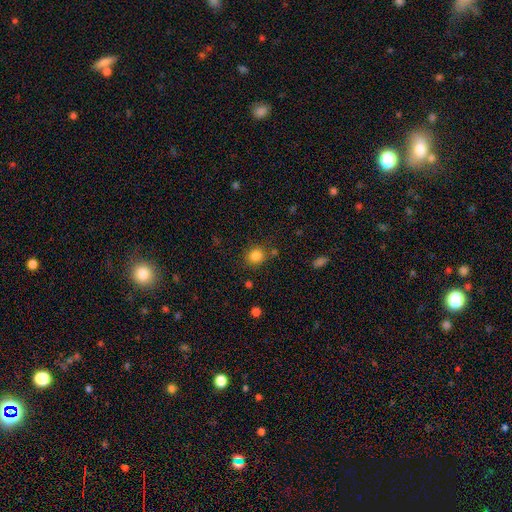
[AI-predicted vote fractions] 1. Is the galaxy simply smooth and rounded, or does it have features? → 84% smooth, 11% star or artifact, 5% featured or disk.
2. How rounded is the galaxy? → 78% round, 21% in between, 1% cigar-shaped.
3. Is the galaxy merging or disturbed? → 80% none, 11% minor disturbance, 5% merger, 4% major disturbance.